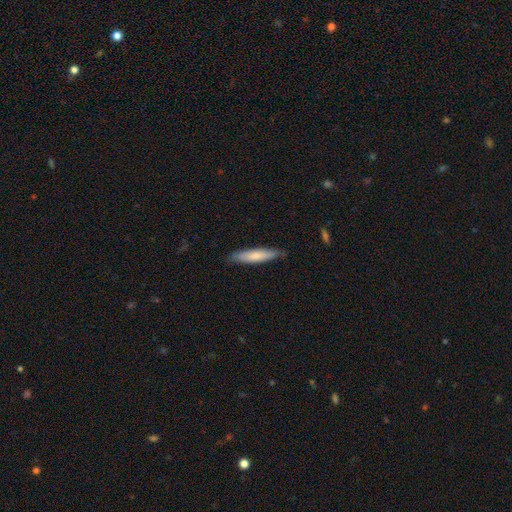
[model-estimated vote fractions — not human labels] smooth_or_featured: smooth (p=0.72) [alt: featured or disk p=0.23]
how_rounded: cigar-shaped (p=0.85) [alt: in between p=0.14]
merging: none (p=0.82) [alt: minor disturbance p=0.15]